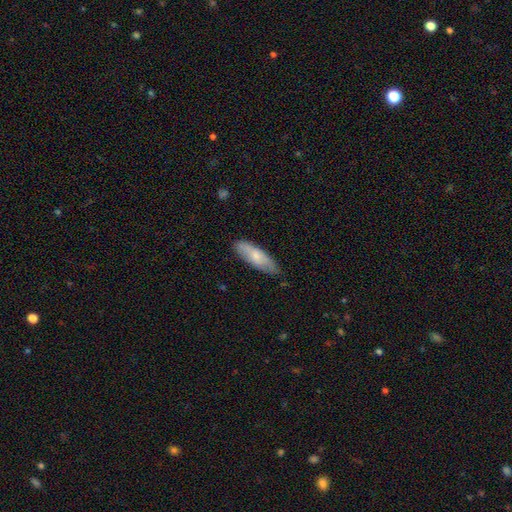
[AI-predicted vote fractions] The model was most divided on "how rounded": in between: 53%, cigar-shaped: 45%, round: 2%. More confident: merging — none (78%); smooth or featured — smooth (67%).